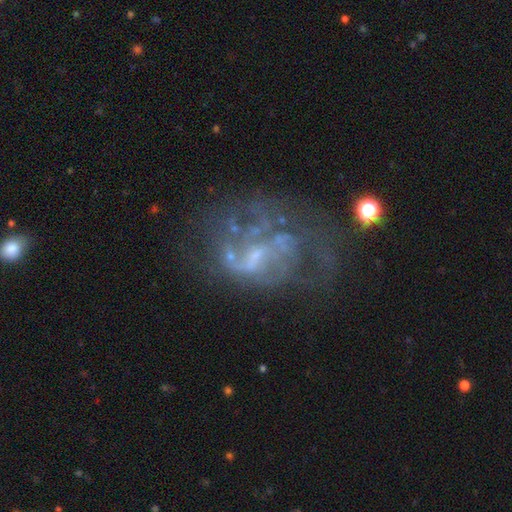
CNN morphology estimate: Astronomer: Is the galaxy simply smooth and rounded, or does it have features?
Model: featured or disk — 72%.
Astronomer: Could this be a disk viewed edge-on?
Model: no — 98%.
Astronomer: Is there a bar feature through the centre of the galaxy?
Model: no — 62%.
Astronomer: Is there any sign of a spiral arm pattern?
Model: no — 60% (runner-up: yes, 40%).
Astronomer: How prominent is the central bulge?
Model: none — 44% (runner-up: small, 42%).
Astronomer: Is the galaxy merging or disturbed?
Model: major disturbance — 39% (runner-up: none, 35%).